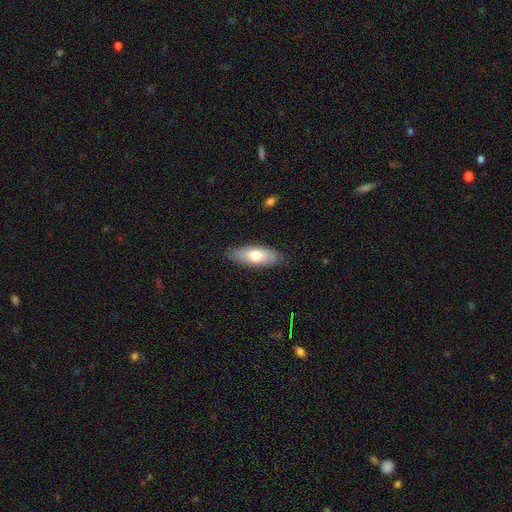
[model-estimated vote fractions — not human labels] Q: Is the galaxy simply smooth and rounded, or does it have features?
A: smooth — 70%.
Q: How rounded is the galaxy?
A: in between — 71%.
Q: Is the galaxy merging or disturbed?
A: none — 85%.